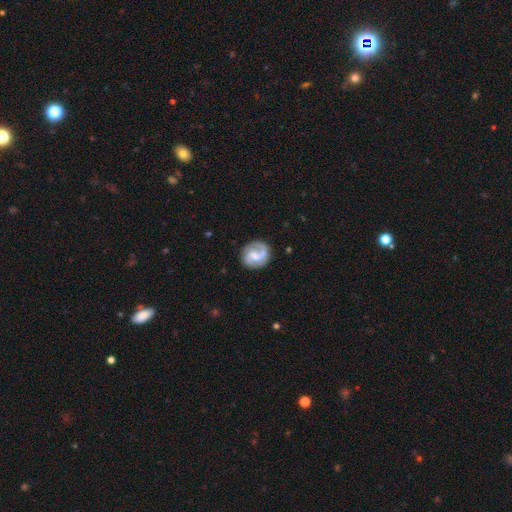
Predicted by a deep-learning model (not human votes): Overall: featured or disk (69%). Edge-on disk: no (98%). Bar: weak (49%; no 39%). Spiral arms: yes (91%). Spiral arm count: 2 (66%). Spiral winding: medium (44%; loose 29%). Bulge size: moderate (37%; small 35%). Merging: none (74%).